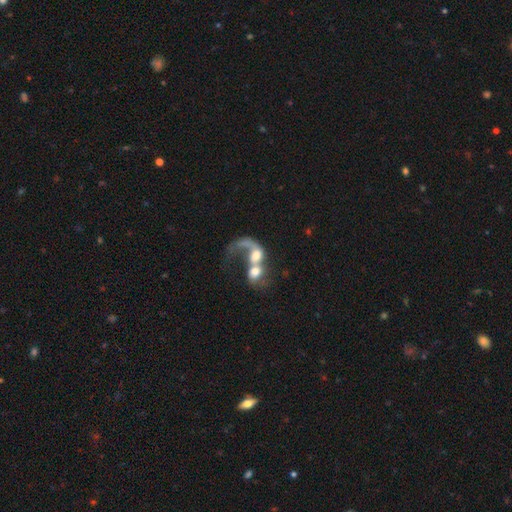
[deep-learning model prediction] This is possibly a featured or disk galaxy (51%). It is clearly not viewed edge-on (96%). Merging: likely merger (78%).